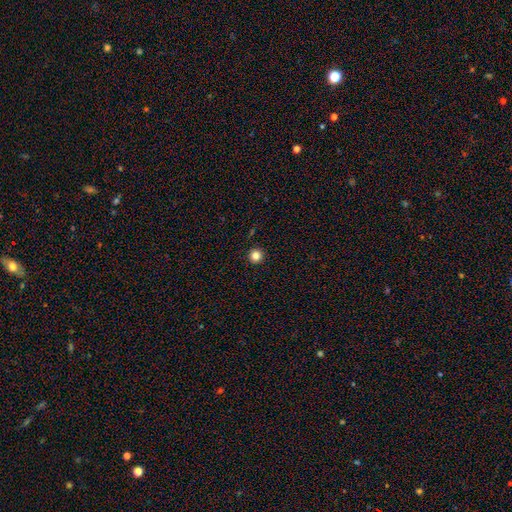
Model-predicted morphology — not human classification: Smooth or featured?
  - smooth: 84% *
  - star or artifact: 12%
  - featured or disk: 4%
How rounded?
  - round: 96% *
  - in between: 3%
  - cigar-shaped: 1%
Merging?
  - none: 94% *
  - minor disturbance: 4%
  - major disturbance: 1%
  - merger: 1%